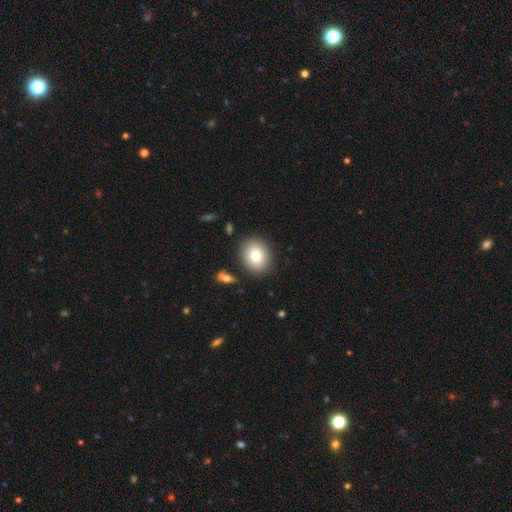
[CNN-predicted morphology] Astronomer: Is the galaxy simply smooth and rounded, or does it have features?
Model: smooth — 78%.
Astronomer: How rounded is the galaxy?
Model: round — 63%.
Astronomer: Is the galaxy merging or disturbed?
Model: none — 87%.